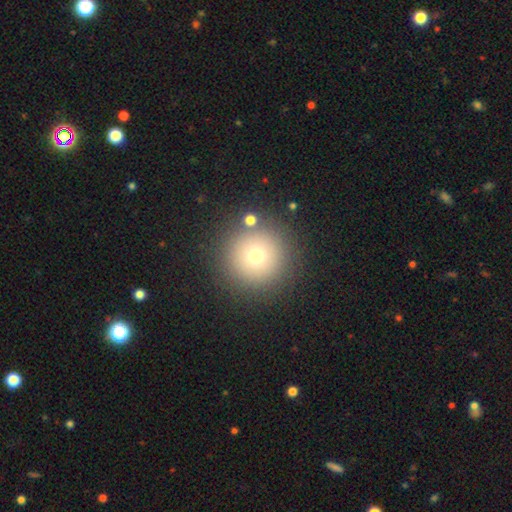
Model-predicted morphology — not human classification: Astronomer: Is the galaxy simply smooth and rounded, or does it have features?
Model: smooth — 72%.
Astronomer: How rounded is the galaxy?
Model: round — 96%.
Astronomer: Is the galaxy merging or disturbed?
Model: none — 85%.